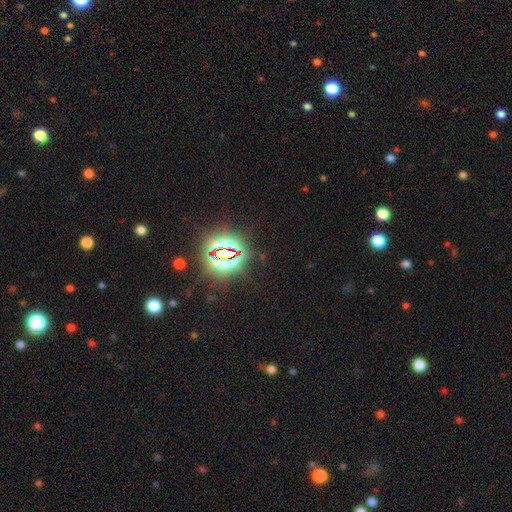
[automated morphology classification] smooth-or-featured: star or artifact: 83% | smooth: 10% | featured or disk: 6%